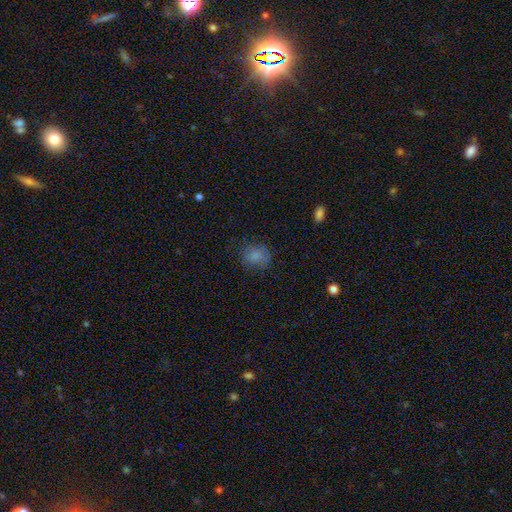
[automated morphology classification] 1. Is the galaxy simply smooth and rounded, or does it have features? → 80% smooth, 11% star or artifact, 9% featured or disk.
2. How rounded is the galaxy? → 59% round, 40% in between, 1% cigar-shaped.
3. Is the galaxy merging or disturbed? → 74% none, 19% minor disturbance, 7% major disturbance, 1% merger.